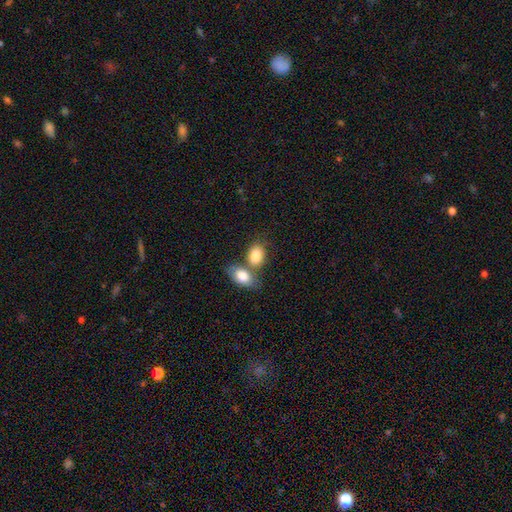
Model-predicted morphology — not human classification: Smooth or featured? Predicted: smooth (p=0.85). How rounded? Predicted: in between (p=0.80). Merging? Predicted: merger (p=0.49).